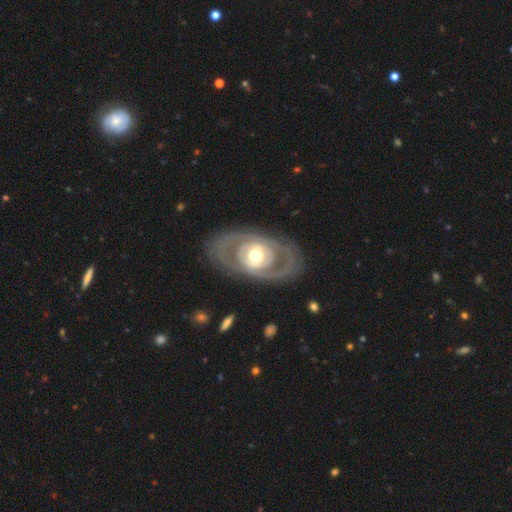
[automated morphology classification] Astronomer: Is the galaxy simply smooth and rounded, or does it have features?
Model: featured or disk — 77%.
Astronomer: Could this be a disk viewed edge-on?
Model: no — 92%.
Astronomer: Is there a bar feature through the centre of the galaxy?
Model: no — 61%.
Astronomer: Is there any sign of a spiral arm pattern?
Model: no — 53% (runner-up: yes, 47%).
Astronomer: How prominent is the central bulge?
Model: moderate — 68%.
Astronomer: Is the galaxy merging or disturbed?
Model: none — 81%.